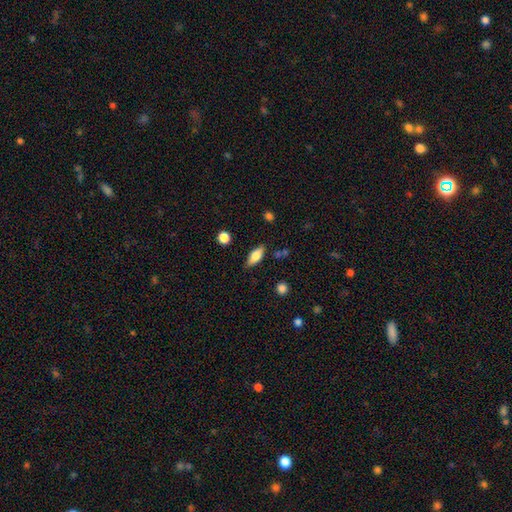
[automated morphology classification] The model was most divided on "smooth or featured": smooth: 72%, featured or disk: 21%, star or artifact: 7%. More confident: merging — none (80%); how rounded — in between (74%).